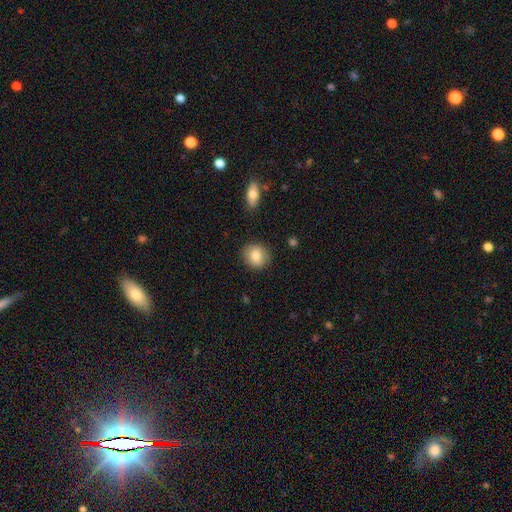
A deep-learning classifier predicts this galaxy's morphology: smooth-or-featured: smooth: 82% | featured or disk: 10% | star or artifact: 8%
  how-rounded: round: 79% | in between: 20% | cigar-shaped: 1%
  merging: none: 87% | minor disturbance: 9% | major disturbance: 2% | merger: 2%